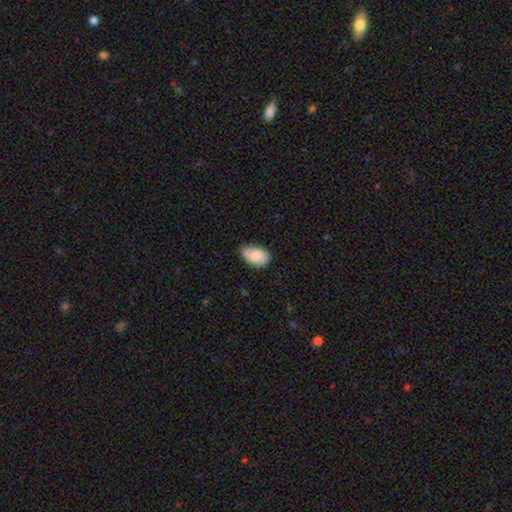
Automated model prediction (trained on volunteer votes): Smooth or featured: smooth — 78% (featured or disk — 16%)
How rounded: in between — 92% (round — 6%)
Merging: none — 68% (minor disturbance — 26%)